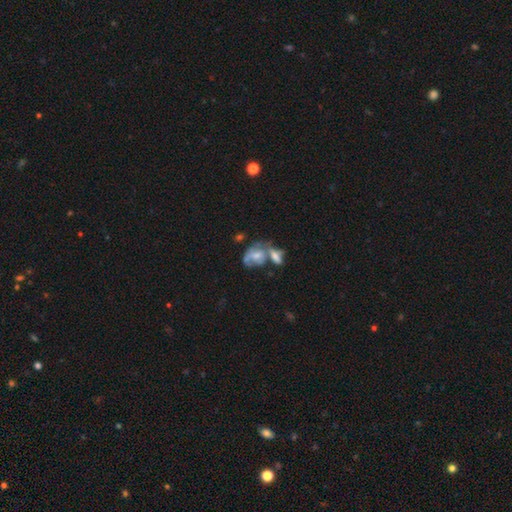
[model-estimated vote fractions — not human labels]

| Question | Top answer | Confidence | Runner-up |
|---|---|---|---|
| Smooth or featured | featured or disk | 47% | smooth (44%) |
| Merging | merger | 48% | none (21%) |